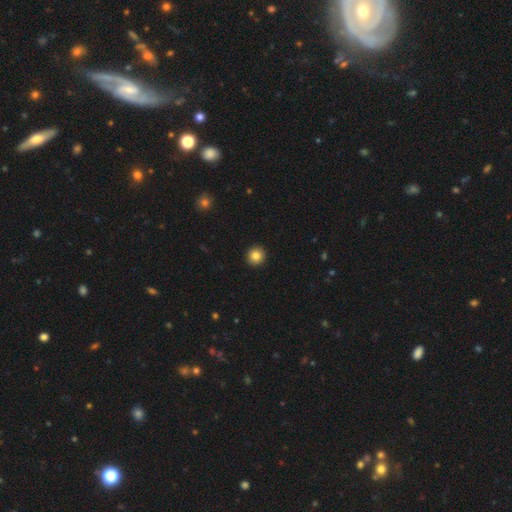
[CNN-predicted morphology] A smooth galaxy with no disk features (85%) that is round (95%).

Vote fractions:
- Smooth or featured? smooth: 85% / star or artifact: 10% / featured or disk: 5%
- How rounded? round: 95% / in between: 4% / cigar-shaped: 1%
- Merging? none: 94% / minor disturbance: 4% / major disturbance: 1% / merger: 1%